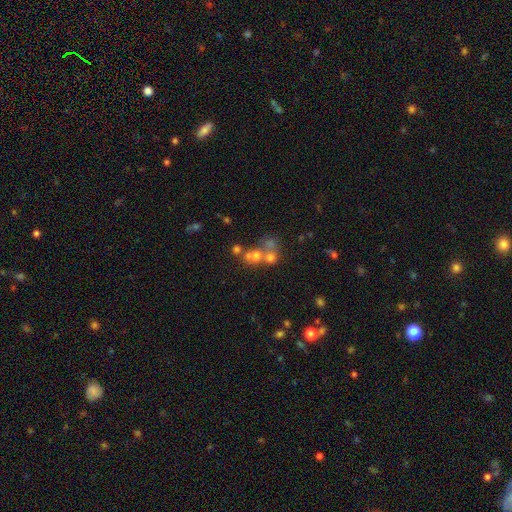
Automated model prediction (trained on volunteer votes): Overall: smooth (52%; featured or disk 24%). How rounded: round (80%). Merging: merger (50%; none 38%).